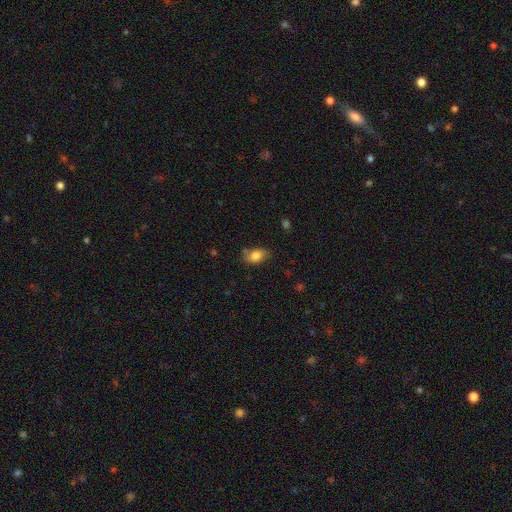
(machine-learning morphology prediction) Q: Smooth or featured?
A: smooth (81%); runner-up: featured or disk (10%)
Q: How rounded?
A: in between (85%); runner-up: round (13%)
Q: Merging?
A: none (68%); runner-up: minor disturbance (22%)